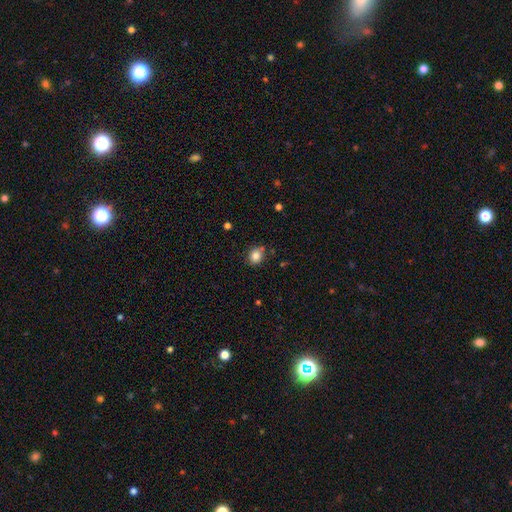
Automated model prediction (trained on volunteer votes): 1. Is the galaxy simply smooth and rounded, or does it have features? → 82% smooth, 10% star or artifact, 7% featured or disk.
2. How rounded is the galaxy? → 62% round, 37% in between, 1% cigar-shaped.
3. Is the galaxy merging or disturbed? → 77% none, 15% minor disturbance, 4% merger, 3% major disturbance.